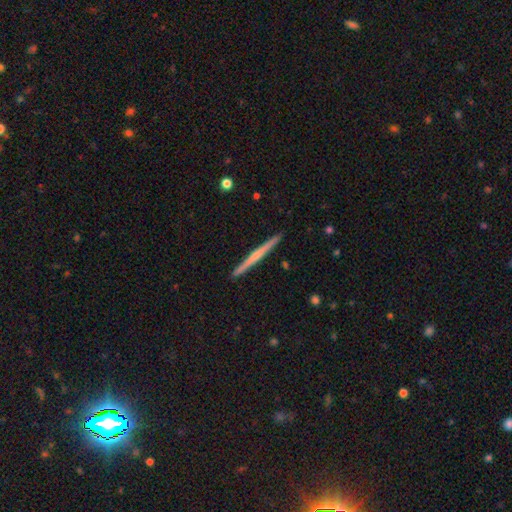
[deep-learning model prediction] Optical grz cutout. It shows a featured or disk galaxy (61%) viewed edge-on (98%) with a rounded central bulge (48%). Merging: none (93%).